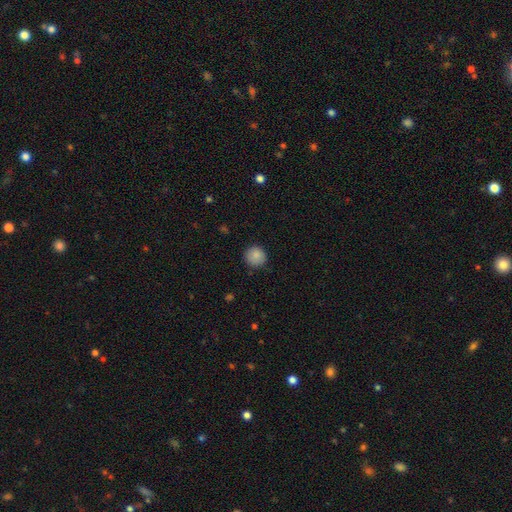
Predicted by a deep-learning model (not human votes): Morphology: type=smooth (86%); roundness=round (92%); merging=none (87%).